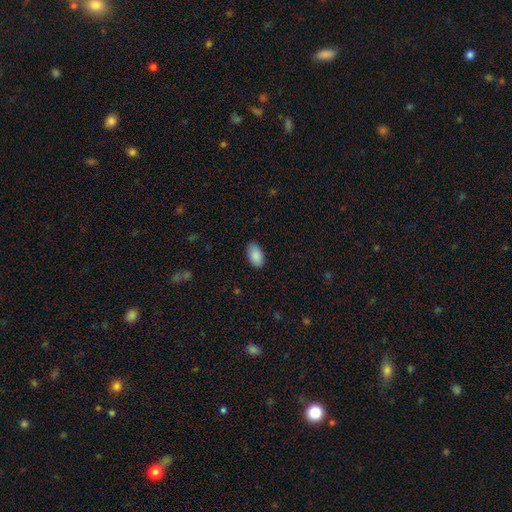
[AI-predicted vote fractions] The model was most divided on "merging": none: 85%, minor disturbance: 11%, major disturbance: 2%, merger: 1%. More confident: how rounded — in between (95%); smooth or featured — smooth (90%).